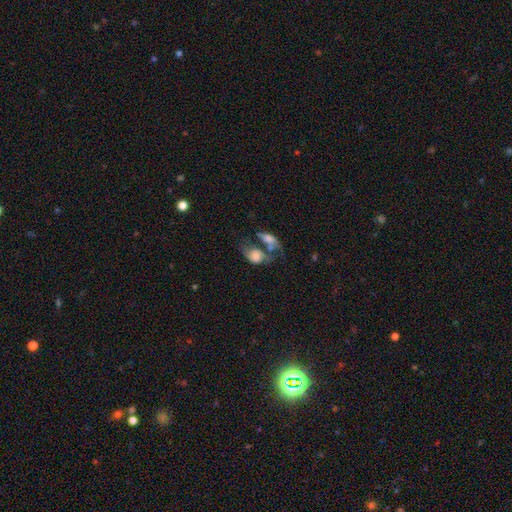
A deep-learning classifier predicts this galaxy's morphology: smooth_or_featured: smooth (p=0.64) [alt: featured or disk p=0.27]
how_rounded: in between (p=0.69) [alt: round p=0.29]
merging: merger (p=0.55) [alt: major disturbance p=0.19]